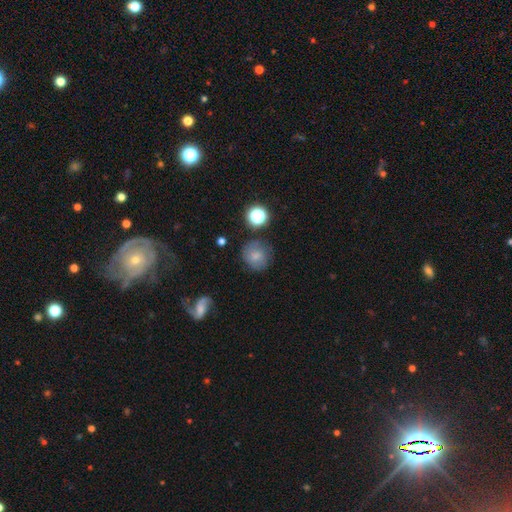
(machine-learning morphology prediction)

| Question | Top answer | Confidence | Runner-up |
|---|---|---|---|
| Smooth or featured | smooth | 71% | featured or disk (15%) |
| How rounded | round | 87% | in between (12%) |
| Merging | none | 72% | minor disturbance (17%) |